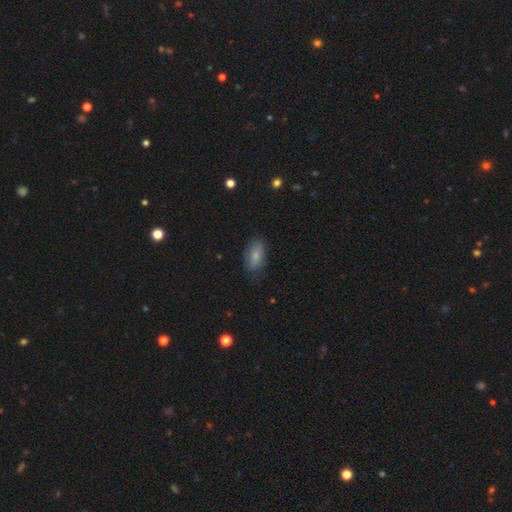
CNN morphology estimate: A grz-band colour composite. It shows a smooth galaxy with no disk features (79%) that is in between round and cigar-shaped (88%). Merging: none (76%).